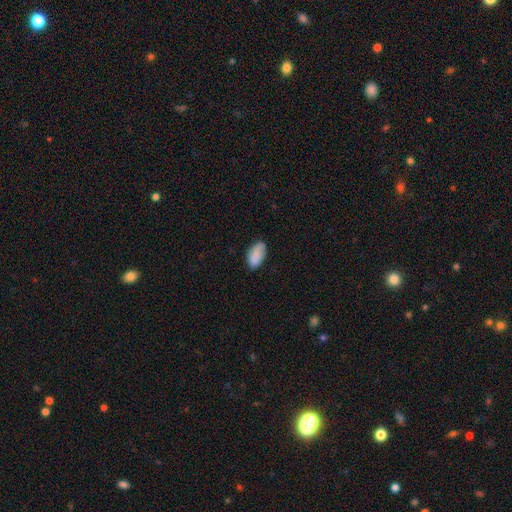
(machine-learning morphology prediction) A smooth galaxy with no disk features (83%) that is in between round and cigar-shaped (94%). Merging: none (73%).